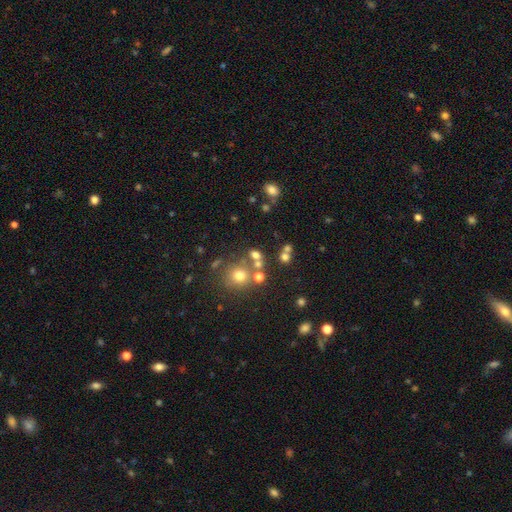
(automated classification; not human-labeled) smooth_or_featured: smooth (p=0.63) [alt: star or artifact p=0.22]
how_rounded: round (p=0.72) [alt: in between p=0.26]
merging: none (p=0.59) [alt: merger p=0.25]